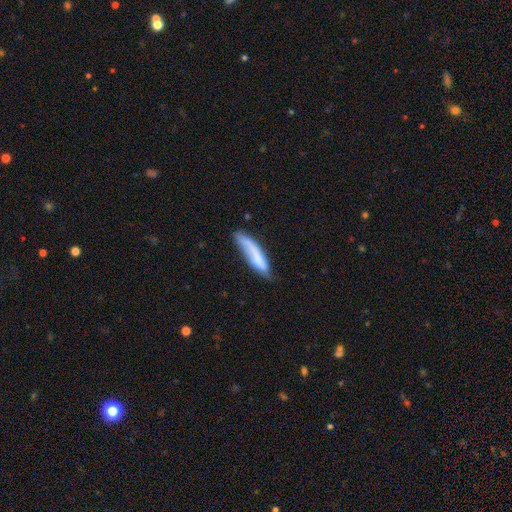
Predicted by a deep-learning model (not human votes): A smooth galaxy with no disk features (71%) that is cigar-shaped (76%).

Vote fractions:
- Smooth or featured? smooth: 71% / featured or disk: 23% / star or artifact: 6%
- How rounded? cigar-shaped: 76% / in between: 23% / round: 2%
- Merging? none: 48% / minor disturbance: 35% / major disturbance: 12% / merger: 5%